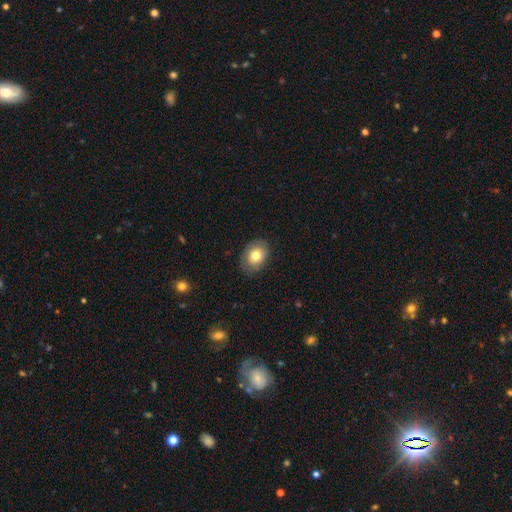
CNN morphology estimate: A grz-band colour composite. It shows a smooth galaxy with no disk features (78%) that is in between round and cigar-shaped (69%). Merging: none (81%).